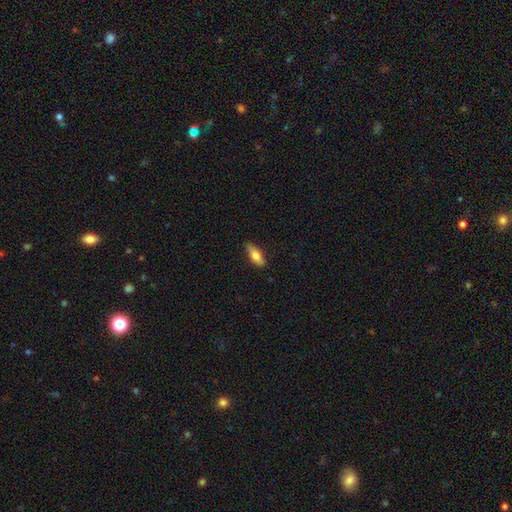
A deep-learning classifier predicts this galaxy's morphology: Smooth or featured?
  - smooth: 76% *
  - featured or disk: 18%
  - star or artifact: 6%
How rounded?
  - in between: 71% *
  - cigar-shaped: 27%
  - round: 2%
Merging?
  - none: 82% *
  - minor disturbance: 14%
  - major disturbance: 2%
  - merger: 1%